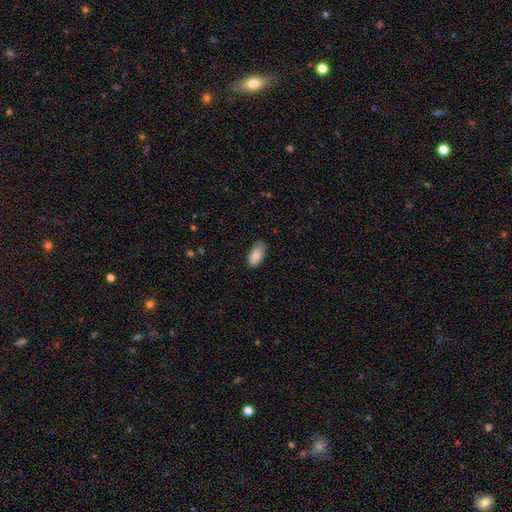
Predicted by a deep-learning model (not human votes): Morphology: type=smooth (86%); roundness=in between (91%); merging=none (76%).